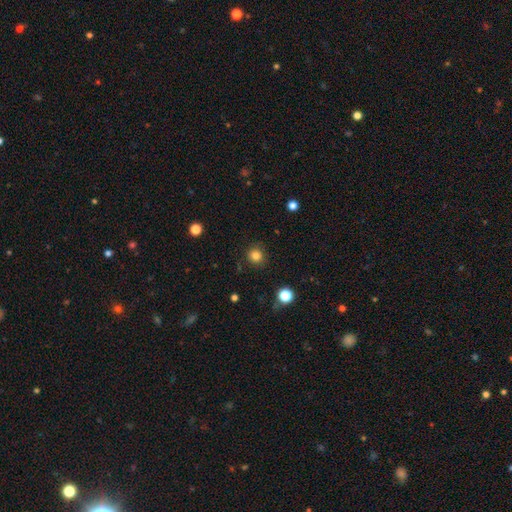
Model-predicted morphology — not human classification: smooth 83%, star or artifact 13%, featured or disk 4%. Down the decision tree: how rounded — round (92%); merging — none (88%).